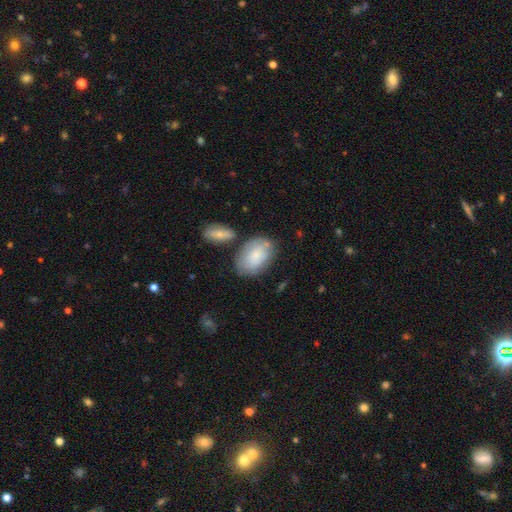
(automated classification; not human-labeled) Smooth or featured? Predicted: smooth (p=0.73). How rounded? Predicted: in between (p=0.88). Merging? Predicted: none (p=0.60).